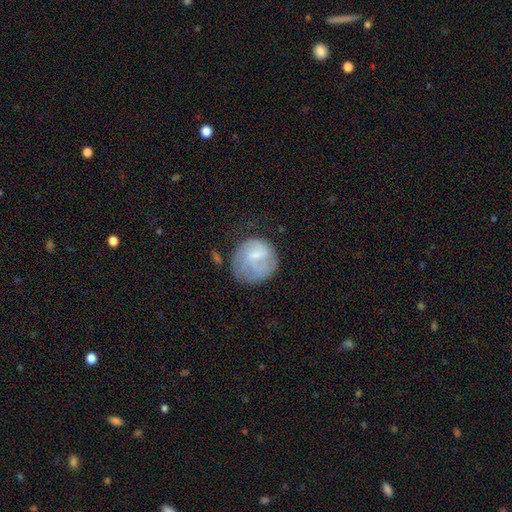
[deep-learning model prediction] Morphology: type=smooth (52%); roundness=round (83%); merging=none (50%).